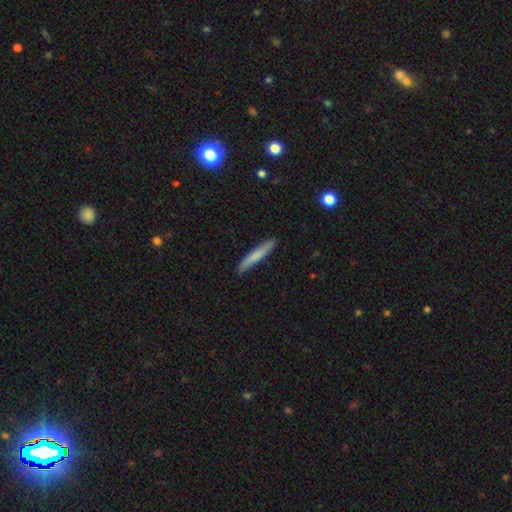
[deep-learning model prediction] Overall: smooth (72%). How rounded: cigar-shaped (95%). Merging: none (88%).